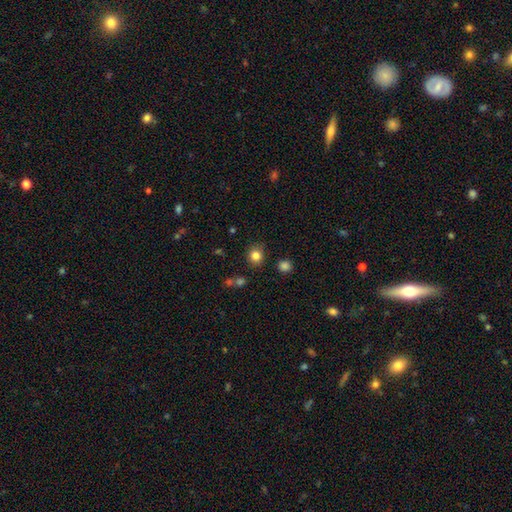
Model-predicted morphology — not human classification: This appears to be a smooth galaxy with no disk features (83%) that is round (82%). Merging: none (84%).